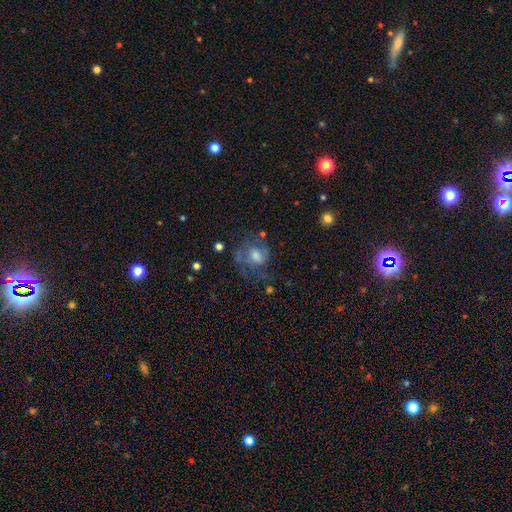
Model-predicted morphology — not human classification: Smooth or featured? Predicted: featured or disk (p=0.56). Edge-on disk? Predicted: no (p=0.97). Bar? Predicted: no (p=0.63). Spiral arms? Predicted: yes (p=0.77). Bulge size? Predicted: moderate (p=0.50). Merging? Predicted: none (p=0.53).